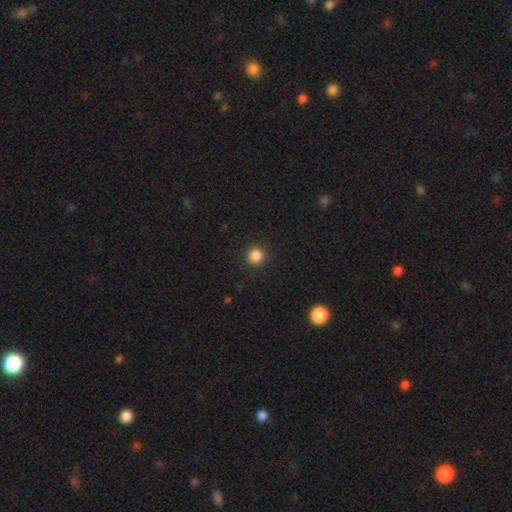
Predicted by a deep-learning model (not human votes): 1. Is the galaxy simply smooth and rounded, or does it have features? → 86% smooth, 11% star or artifact, 3% featured or disk.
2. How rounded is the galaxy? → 94% round, 5% in between, 1% cigar-shaped.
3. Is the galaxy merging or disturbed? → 92% none, 5% minor disturbance, 2% major disturbance, 1% merger.